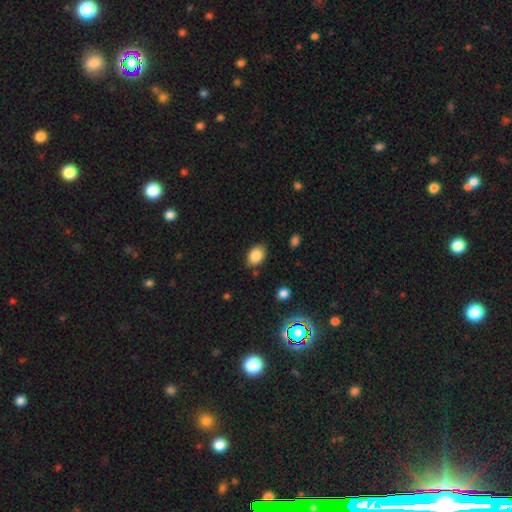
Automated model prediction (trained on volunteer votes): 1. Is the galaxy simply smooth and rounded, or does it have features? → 85% smooth, 9% star or artifact, 6% featured or disk.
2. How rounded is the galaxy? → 77% in between, 22% round, 1% cigar-shaped.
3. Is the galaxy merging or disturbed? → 82% none, 13% minor disturbance, 3% major disturbance, 2% merger.